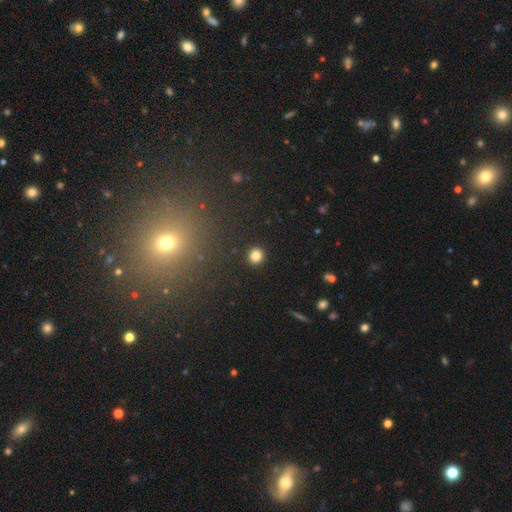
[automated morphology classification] Smooth or featured?
  - smooth: 83% *
  - star or artifact: 12%
  - featured or disk: 5%
How rounded?
  - round: 92% *
  - in between: 7%
  - cigar-shaped: 1%
Merging?
  - none: 93% *
  - minor disturbance: 4%
  - major disturbance: 2%
  - merger: 1%